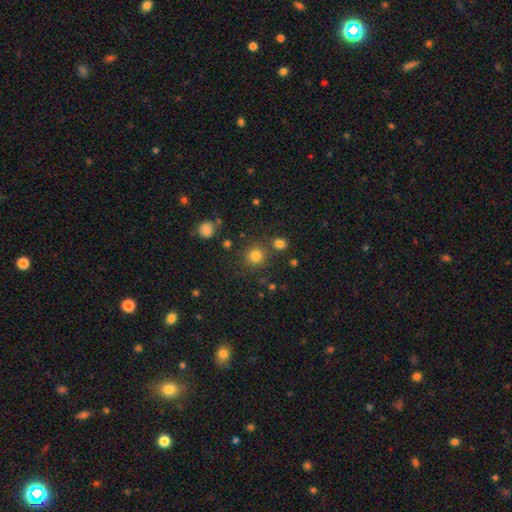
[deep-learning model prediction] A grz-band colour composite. It shows a smooth galaxy with no disk features (80%) that is round (92%). Merging: none (80%).